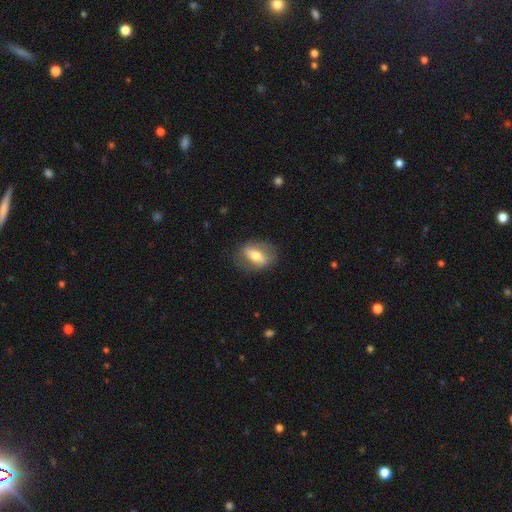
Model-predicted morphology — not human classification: A smooth galaxy with no disk features (55%) that is in between round and cigar-shaped (80%). Merging: none (75%).